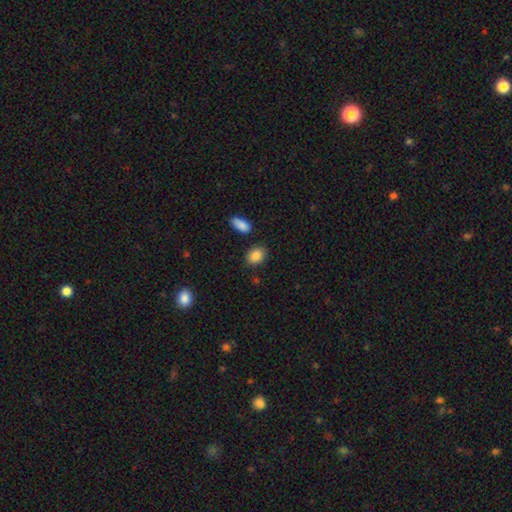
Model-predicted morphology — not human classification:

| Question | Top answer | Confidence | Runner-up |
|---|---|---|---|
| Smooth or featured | smooth | 87% | star or artifact (8%) |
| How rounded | in between | 57% | round (41%) |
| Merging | none | 82% | minor disturbance (11%) |